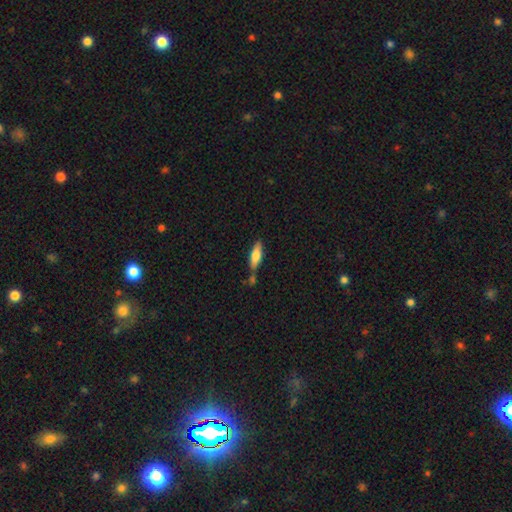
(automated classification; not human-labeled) smooth_or_featured: smooth (p=0.67) [alt: featured or disk p=0.27]
how_rounded: cigar-shaped (p=0.51) [alt: in between p=0.47]
merging: none (p=0.63) [alt: minor disturbance p=0.17]